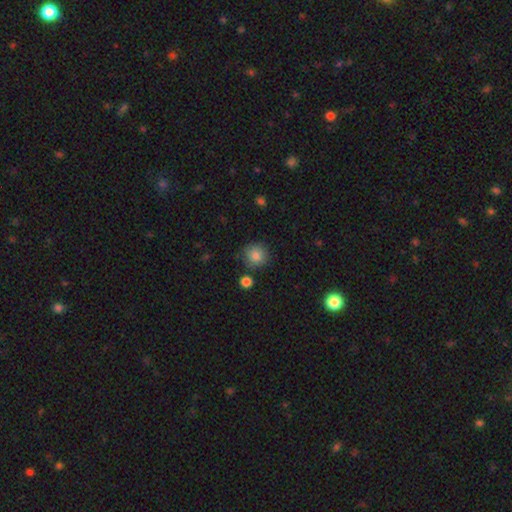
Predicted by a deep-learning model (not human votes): Smooth or featured? smooth (85%)
How rounded? round (91%)
Merging? none (81%)